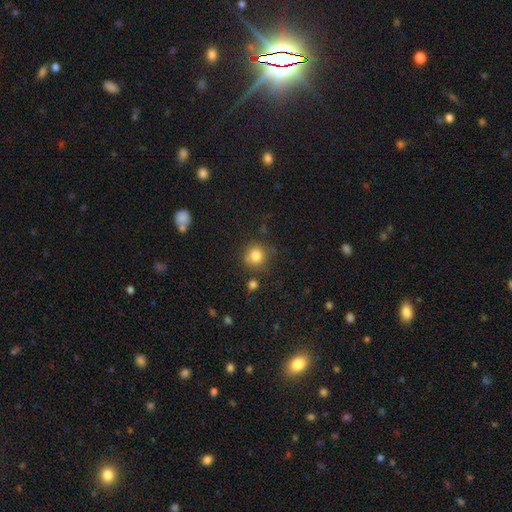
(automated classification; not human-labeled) Morphology: type=smooth (83%); roundness=round (89%); merging=none (77%).